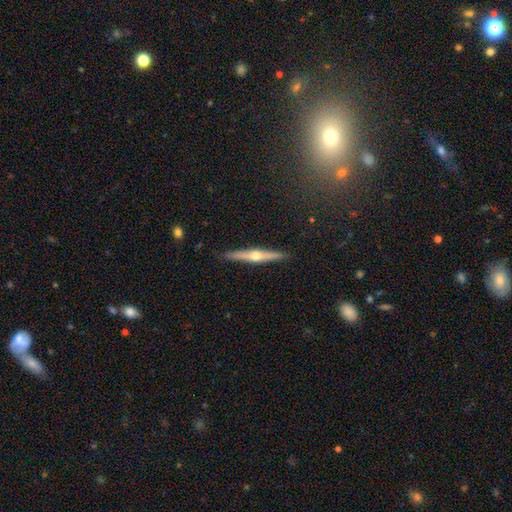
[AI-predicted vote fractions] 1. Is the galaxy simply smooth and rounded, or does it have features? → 75% featured or disk, 20% smooth, 6% star or artifact.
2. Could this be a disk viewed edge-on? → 98% yes, 2% no.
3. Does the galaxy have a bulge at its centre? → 94% rounded, 4% none, 2% boxy.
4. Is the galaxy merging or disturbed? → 91% none, 7% minor disturbance, 1% major disturbance, 1% merger.